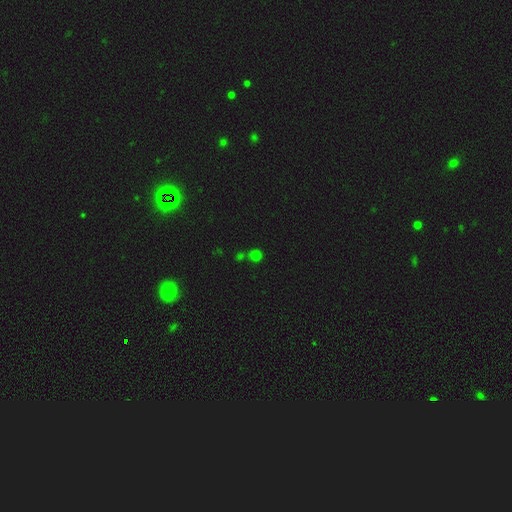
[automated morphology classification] smooth 63%, star or artifact 31%, featured or disk 6%. Down the decision tree: how rounded — round (87%); merging — none (60%).